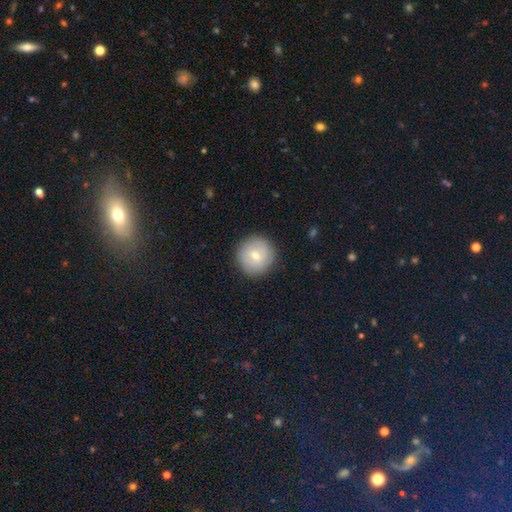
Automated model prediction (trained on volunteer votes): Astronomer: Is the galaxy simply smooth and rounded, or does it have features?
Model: smooth — 70%.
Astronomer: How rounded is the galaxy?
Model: round — 95%.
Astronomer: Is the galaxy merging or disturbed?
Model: none — 89%.